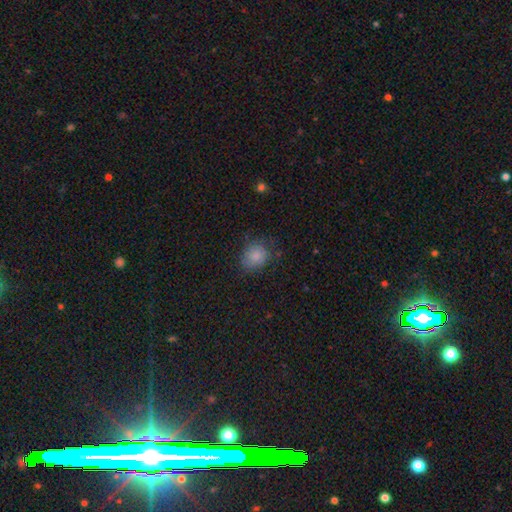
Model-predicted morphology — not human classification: type=smooth (79%); roundness=round (61%); merging=none (65%).